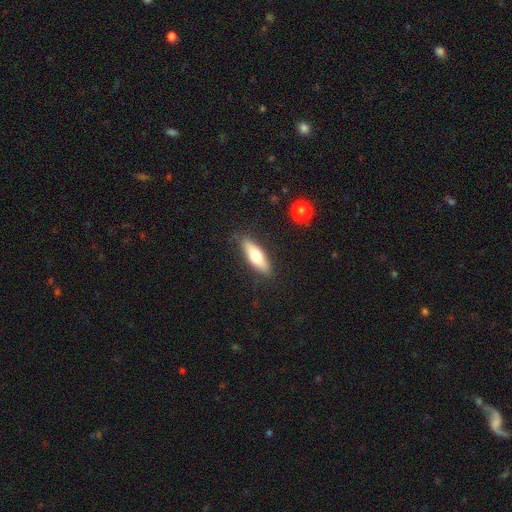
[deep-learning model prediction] A smooth galaxy with no disk features (68%) that is in between round and cigar-shaped (54%).

Vote fractions:
- Smooth or featured? smooth: 68% / featured or disk: 26% / star or artifact: 6%
- How rounded? in between: 54% / cigar-shaped: 44% / round: 2%
- Merging? none: 83% / minor disturbance: 13% / major disturbance: 3% / merger: 1%